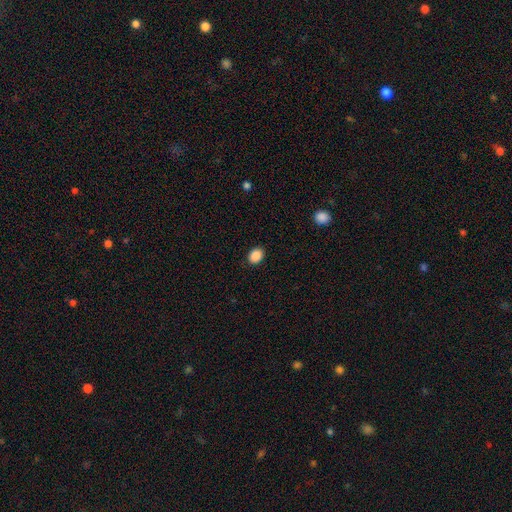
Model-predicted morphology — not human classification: A smooth galaxy with no disk features (89%) that is in between round and cigar-shaped (59%). Merging: none (90%).